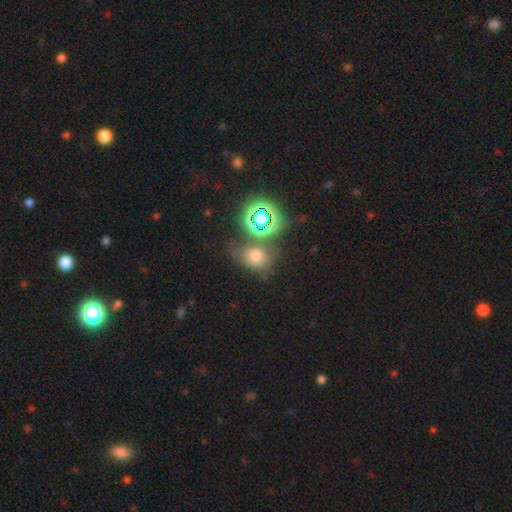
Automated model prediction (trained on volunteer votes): Q: Smooth or featured?
A: smooth (61%); runner-up: star or artifact (28%)
Q: How rounded?
A: round (51%); runner-up: in between (48%)
Q: Merging?
A: none (54%); runner-up: minor disturbance (20%)